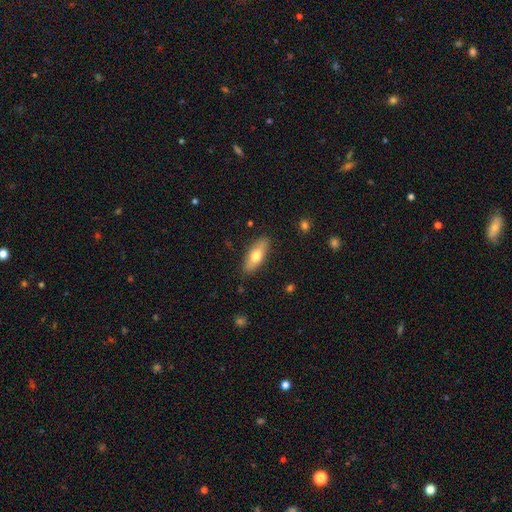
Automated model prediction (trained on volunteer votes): This appears to be a smooth galaxy with no disk features (65%) that is in between round and cigar-shaped (68%). Merging: none (87%).